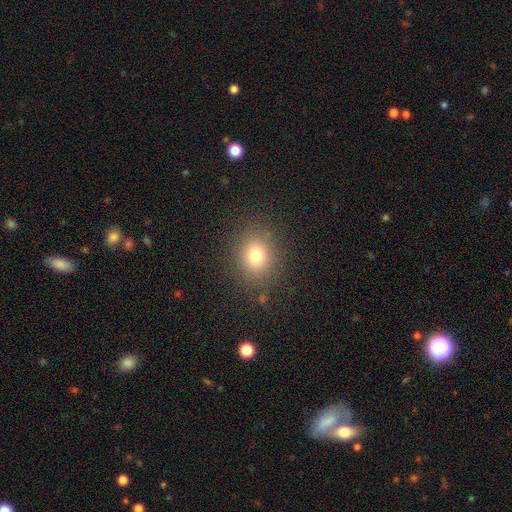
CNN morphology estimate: This appears to be a smooth galaxy with no disk features (77%) that is round (64%). Merging: none (86%).